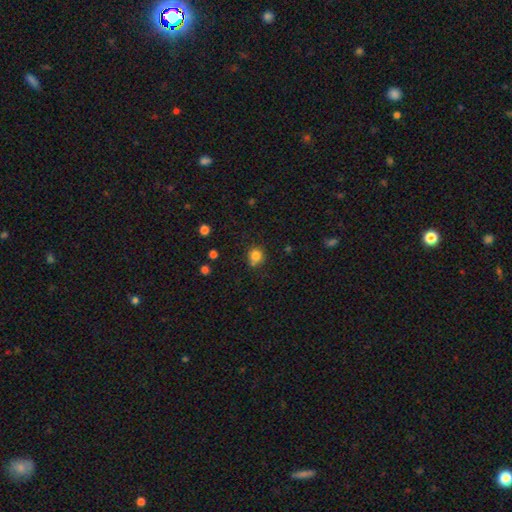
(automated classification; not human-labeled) A smooth galaxy with no disk features (81%) that is round (85%).

Vote fractions:
- Smooth or featured? smooth: 81% / star or artifact: 13% / featured or disk: 6%
- How rounded? round: 85% / in between: 14% / cigar-shaped: 1%
- Merging? none: 67% / minor disturbance: 18% / merger: 11% / major disturbance: 5%